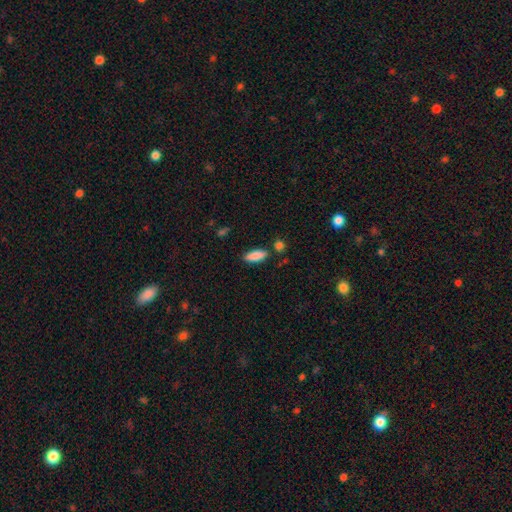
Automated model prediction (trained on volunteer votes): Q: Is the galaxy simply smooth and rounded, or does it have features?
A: smooth — 88%.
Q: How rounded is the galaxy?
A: in between — 71%.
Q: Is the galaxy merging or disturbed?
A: none — 81%.